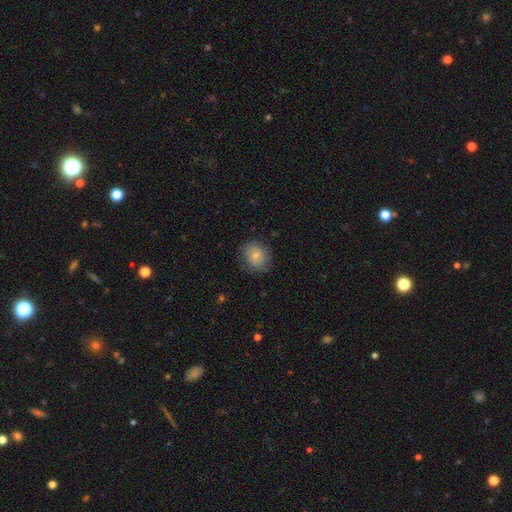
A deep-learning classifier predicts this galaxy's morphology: Smooth or featured? smooth (78%)
How rounded? round (67%)
Merging? none (79%)